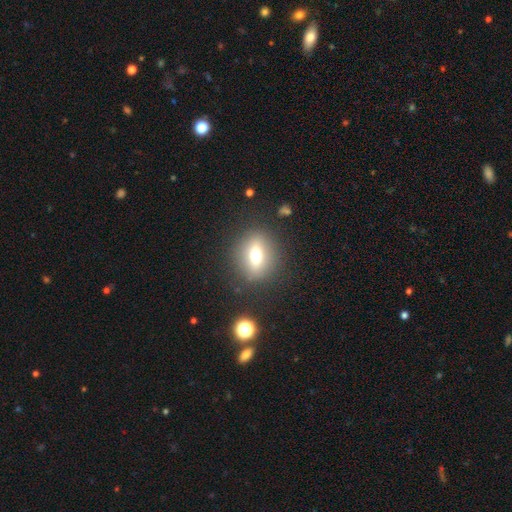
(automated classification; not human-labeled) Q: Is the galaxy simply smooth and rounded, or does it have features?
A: smooth — 61%.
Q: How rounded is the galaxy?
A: in between — 49%.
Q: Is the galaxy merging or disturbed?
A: none — 84%.